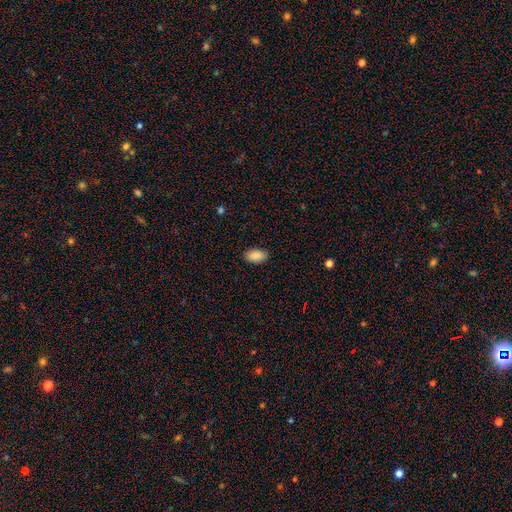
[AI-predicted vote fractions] A smooth galaxy with no disk features (89%) that is in between round and cigar-shaped (94%). Merging: none (88%).